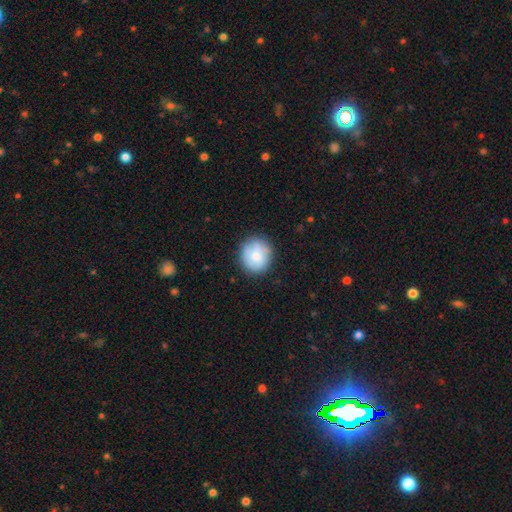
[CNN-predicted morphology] smooth_or_featured: smooth (p=0.74) [alt: featured or disk p=0.18]
how_rounded: round (p=0.88) [alt: in between p=0.12]
merging: none (p=0.81) [alt: minor disturbance p=0.14]